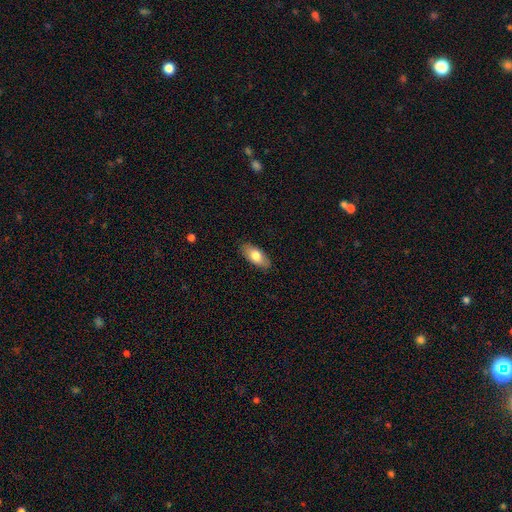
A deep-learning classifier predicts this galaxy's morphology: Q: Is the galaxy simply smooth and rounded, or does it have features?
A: smooth — 76%.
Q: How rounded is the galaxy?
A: in between — 87%.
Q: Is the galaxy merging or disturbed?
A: none — 87%.